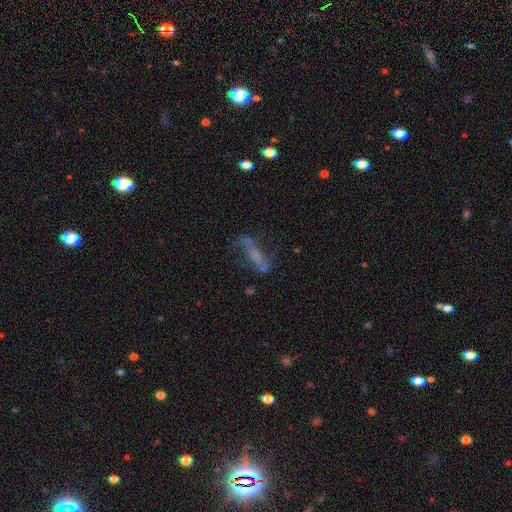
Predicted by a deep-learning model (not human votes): Smooth or featured? featured or disk (52%)
Edge-on disk? no (60%)
Merging? none (50%)